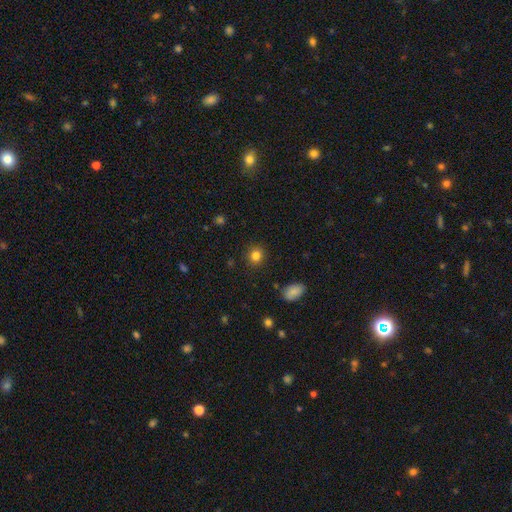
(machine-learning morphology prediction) The model was most divided on "how rounded": round: 83%, in between: 16%, cigar-shaped: 1%. More confident: merging — none (89%); smooth or featured — smooth (83%).